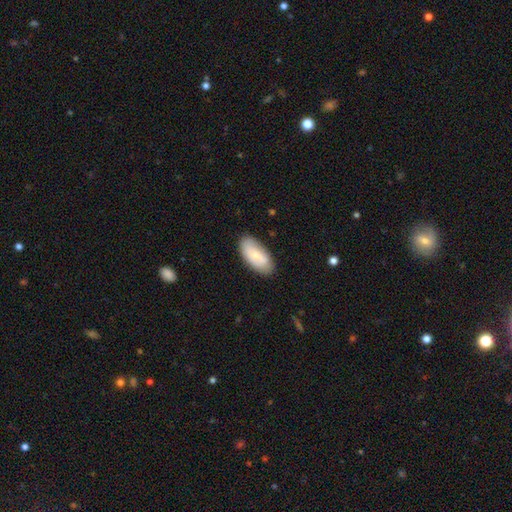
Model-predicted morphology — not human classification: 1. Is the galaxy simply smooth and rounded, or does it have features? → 65% smooth, 29% featured or disk, 6% star or artifact.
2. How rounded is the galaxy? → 92% in between, 5% cigar-shaped, 2% round.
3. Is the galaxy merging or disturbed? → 83% none, 13% minor disturbance, 3% major disturbance, 1% merger.